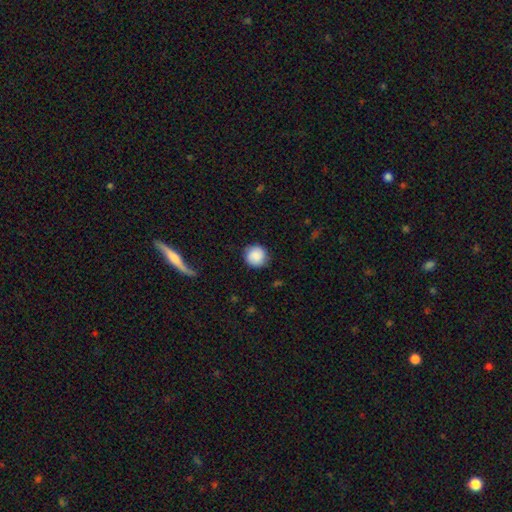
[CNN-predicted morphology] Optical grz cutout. It shows a smooth galaxy with no disk features (84%) that is round (92%). Merging: none (83%).